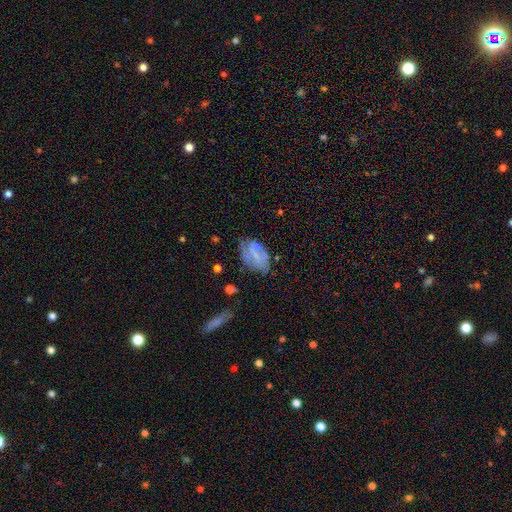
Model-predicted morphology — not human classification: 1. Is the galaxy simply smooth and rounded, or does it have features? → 50% featured or disk, 37% smooth, 13% star or artifact.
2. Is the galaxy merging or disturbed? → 61% none, 24% minor disturbance, 11% major disturbance, 4% merger.